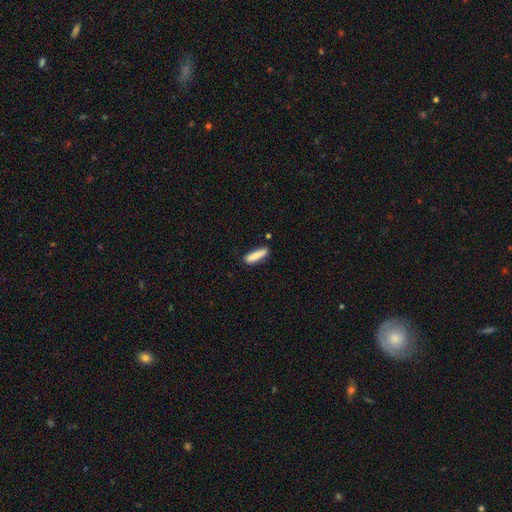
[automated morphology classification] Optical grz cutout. It shows a smooth galaxy with no disk features (83%) that is cigar-shaped (75%). Merging: none (75%).